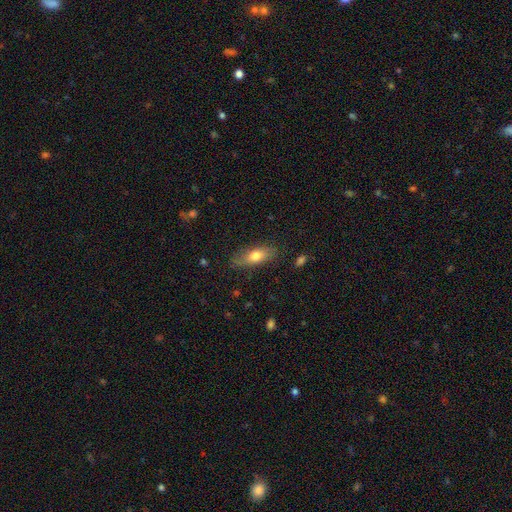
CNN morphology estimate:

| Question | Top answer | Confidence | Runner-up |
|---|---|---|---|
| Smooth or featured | smooth | 70% | featured or disk (23%) |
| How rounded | in between | 72% | cigar-shaped (24%) |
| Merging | none | 78% | minor disturbance (17%) |